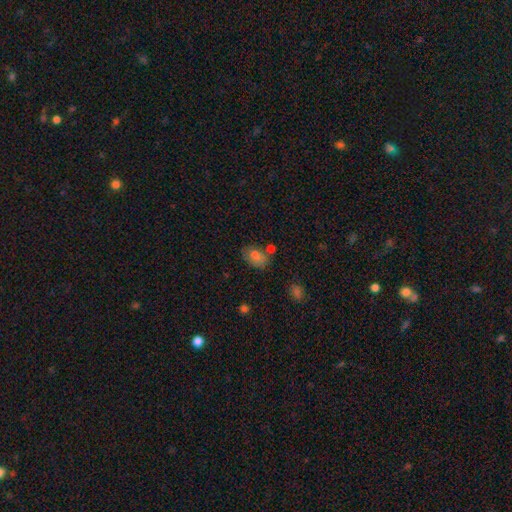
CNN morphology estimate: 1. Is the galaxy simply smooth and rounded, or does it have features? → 76% smooth, 14% featured or disk, 10% star or artifact.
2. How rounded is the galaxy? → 84% in between, 14% round, 2% cigar-shaped.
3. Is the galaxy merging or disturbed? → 61% none, 20% minor disturbance, 13% merger, 6% major disturbance.